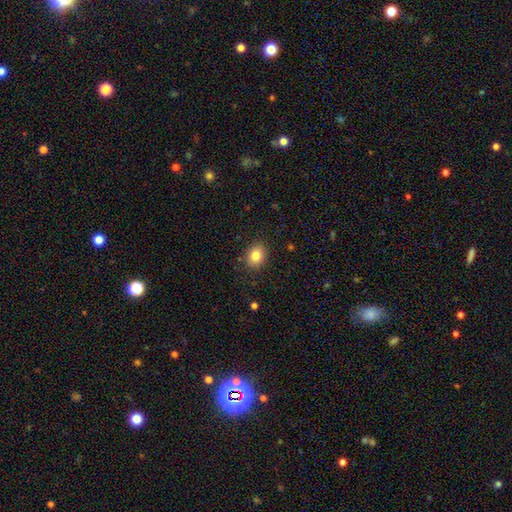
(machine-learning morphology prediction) Smooth or featured: smooth — 84% (star or artifact — 9%)
How rounded: in between — 53% (round — 46%)
Merging: none — 86% (minor disturbance — 10%)